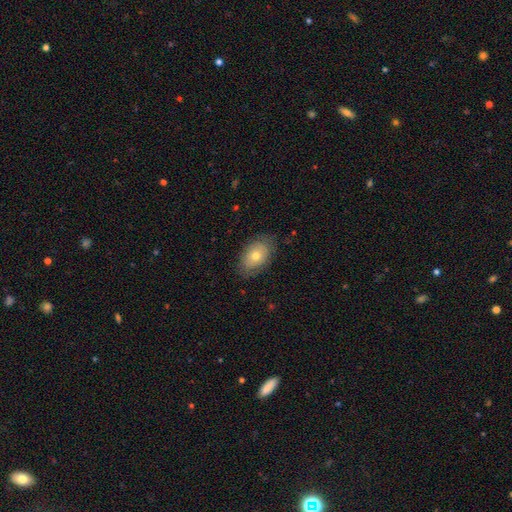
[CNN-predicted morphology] Q: Smooth or featured?
A: smooth (70%); runner-up: featured or disk (23%)
Q: How rounded?
A: in between (88%); runner-up: round (11%)
Q: Merging?
A: none (79%); runner-up: minor disturbance (16%)